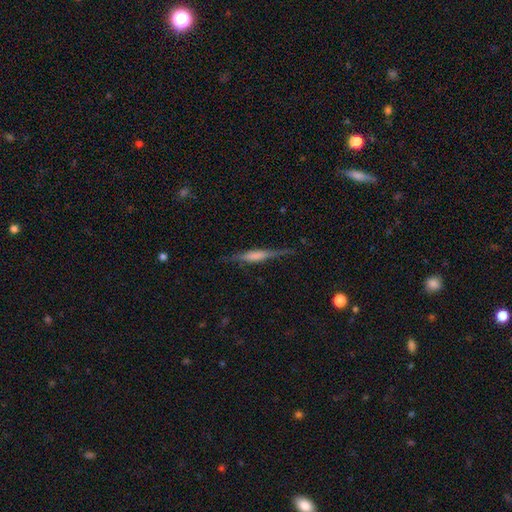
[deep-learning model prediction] A featured or disk galaxy (66%) viewed edge-on (97%) with a boxy central bulge (48%). Merging: none (81%).